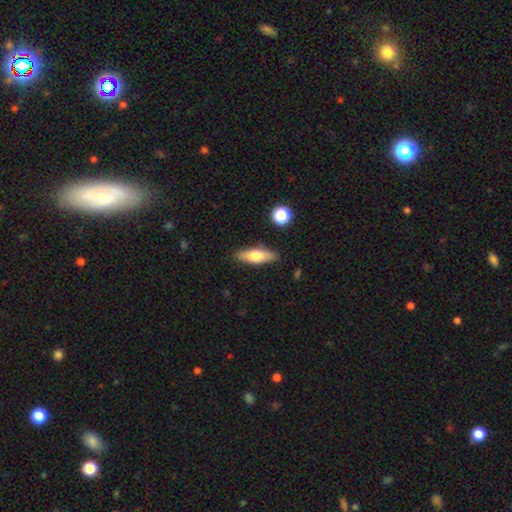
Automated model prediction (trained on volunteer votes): Q: Smooth or featured?
A: smooth (67%); runner-up: featured or disk (27%)
Q: How rounded?
A: in between (60%); runner-up: cigar-shaped (37%)
Q: Merging?
A: none (86%); runner-up: minor disturbance (10%)